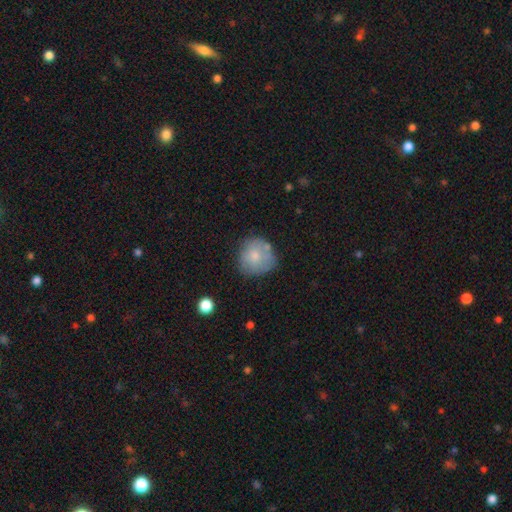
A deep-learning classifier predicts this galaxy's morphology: A smooth galaxy with no disk features (68%) that is round (88%). Merging: none (65%).